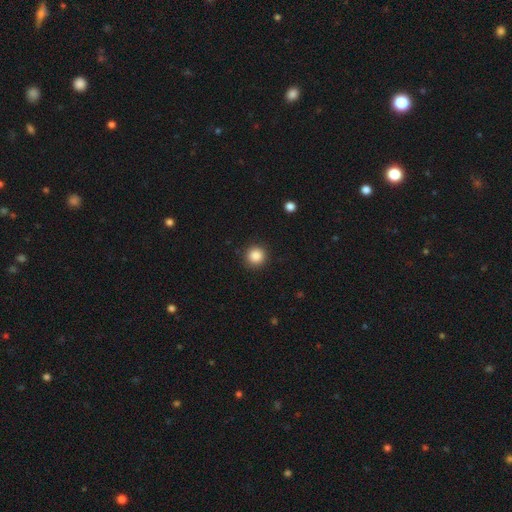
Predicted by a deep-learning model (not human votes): A smooth galaxy with no disk features (87%) that is round (95%). Merging: none (91%).